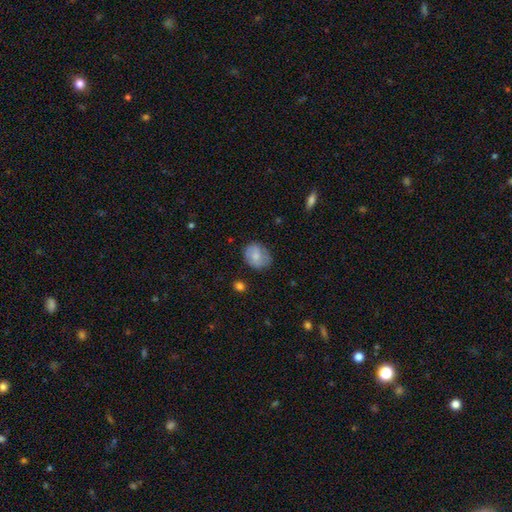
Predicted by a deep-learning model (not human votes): This appears to be a smooth galaxy with no disk features (68%) that is in between round and cigar-shaped (50%). Merging: none (71%).